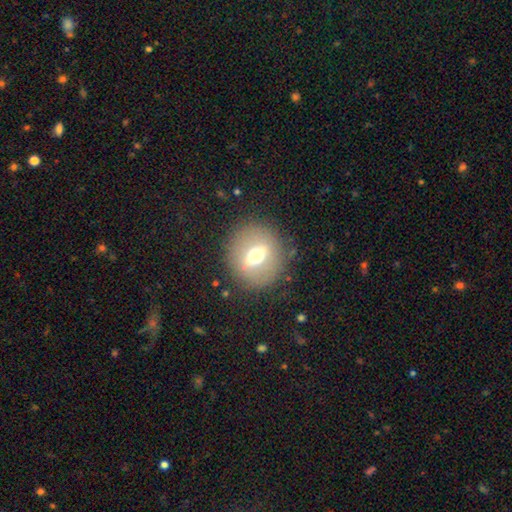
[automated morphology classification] Smooth or featured? Predicted: featured or disk (p=0.45, tied with smooth). Merging? Predicted: none (p=0.83).